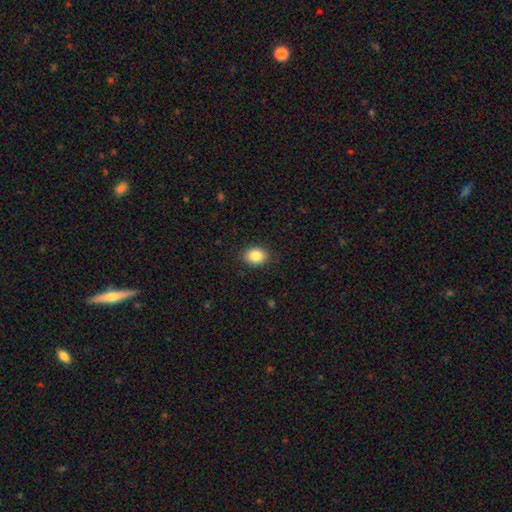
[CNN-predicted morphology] Smooth or featured? Predicted: smooth (p=0.85). How rounded? Predicted: in between (p=0.60). Merging? Predicted: none (p=0.87).